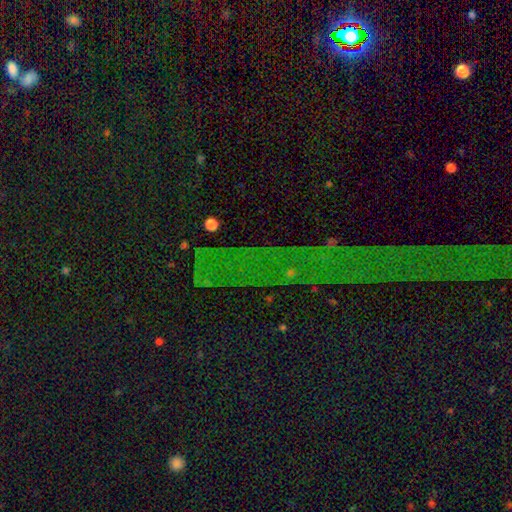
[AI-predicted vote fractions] This appears to be a star or artifact, not a galaxy (79%).